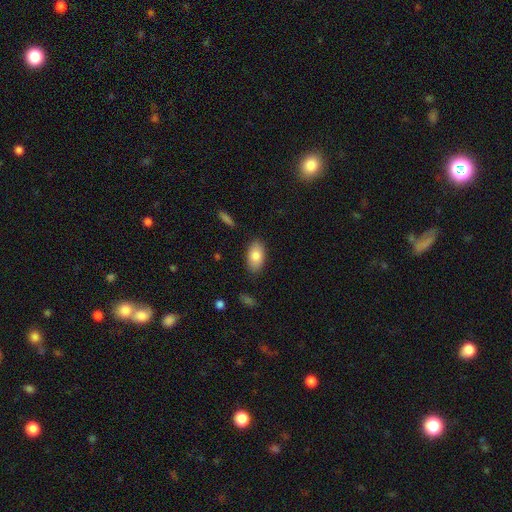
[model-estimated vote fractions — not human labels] Smooth or featured: smooth — 82% (featured or disk — 11%)
How rounded: in between — 94% (round — 4%)
Merging: none — 86% (minor disturbance — 10%)